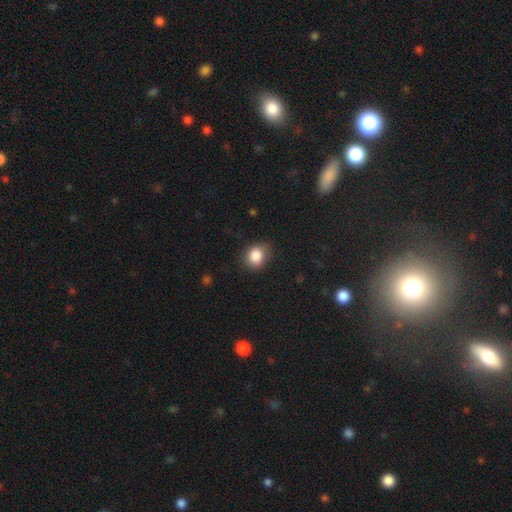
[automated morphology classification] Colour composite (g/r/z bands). It shows a smooth galaxy with no disk features (86%) that is round (59%). Merging: none (76%).